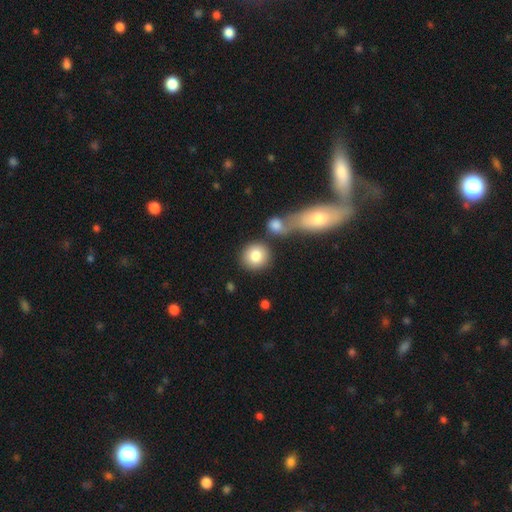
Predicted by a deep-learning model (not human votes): The model was most divided on "merging": none: 71%, merger: 17%, minor disturbance: 8%, major disturbance: 4%. More confident: how rounded — round (88%); smooth or featured — smooth (82%).